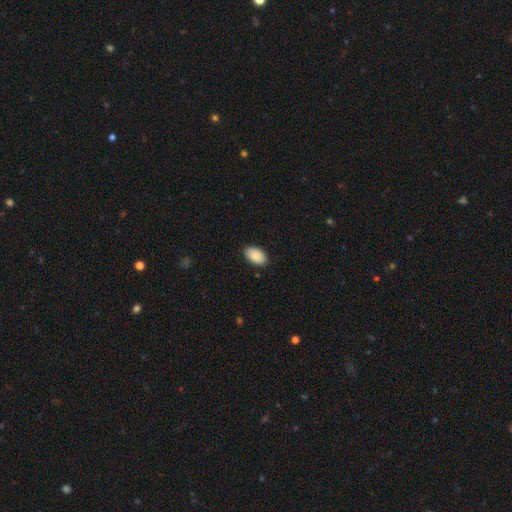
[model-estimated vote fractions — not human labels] Smooth or featured? smooth (89%)
How rounded? in between (93%)
Merging? none (88%)